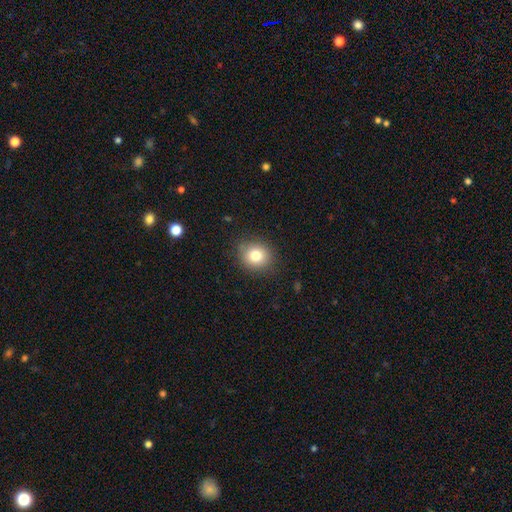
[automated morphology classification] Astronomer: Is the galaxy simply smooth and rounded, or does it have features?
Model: smooth — 80%.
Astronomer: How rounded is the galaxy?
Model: round — 83%.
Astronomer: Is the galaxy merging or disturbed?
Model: none — 85%.